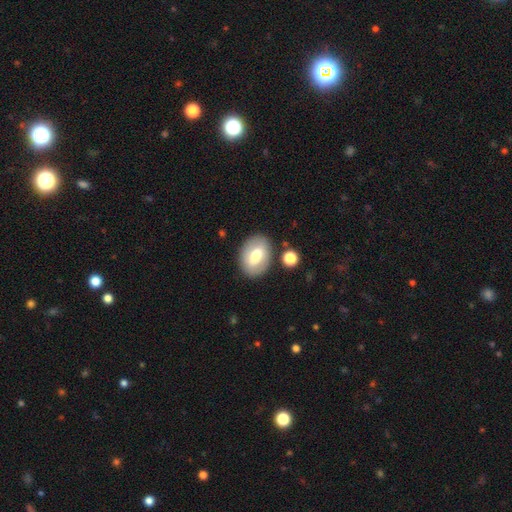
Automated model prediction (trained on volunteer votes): Overall: smooth (63%; featured or disk 30%). How rounded: in between (81%). Merging: none (80%).